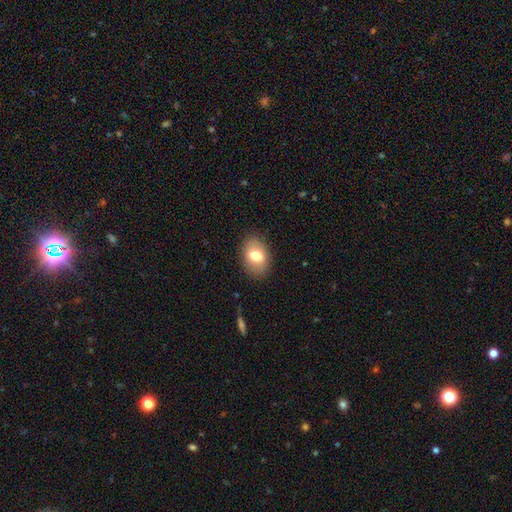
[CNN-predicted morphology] This is likely a smooth galaxy (75%). How rounded: likely in between (79%). Merging: clearly none (86%).